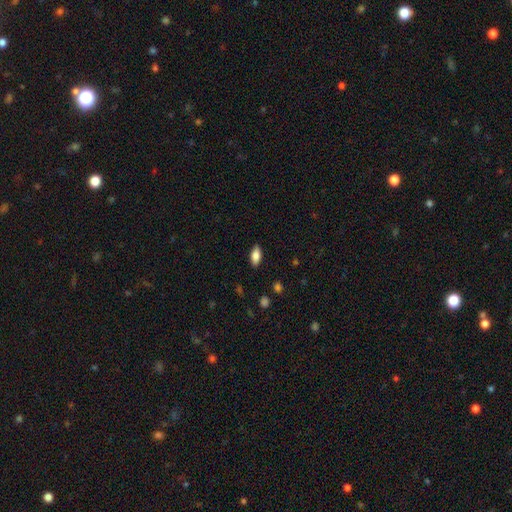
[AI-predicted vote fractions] smooth-or-featured: smooth: 82% | featured or disk: 10% | star or artifact: 7%
  how-rounded: in between: 87% | cigar-shaped: 10% | round: 3%
  merging: none: 86% | minor disturbance: 10% | major disturbance: 2% | merger: 1%